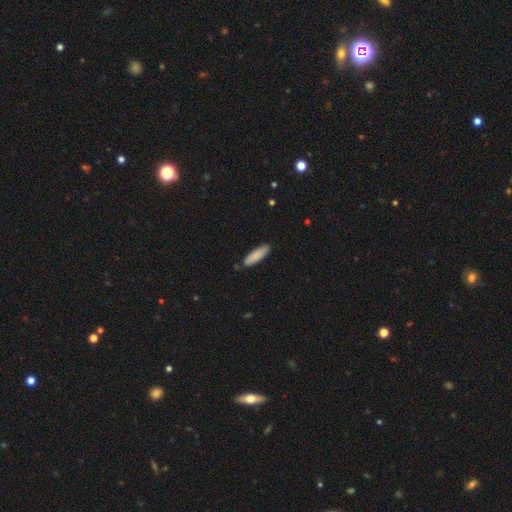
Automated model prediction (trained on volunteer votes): This appears to be a smooth galaxy with no disk features (86%) that is cigar-shaped (59%). Merging: none (83%).